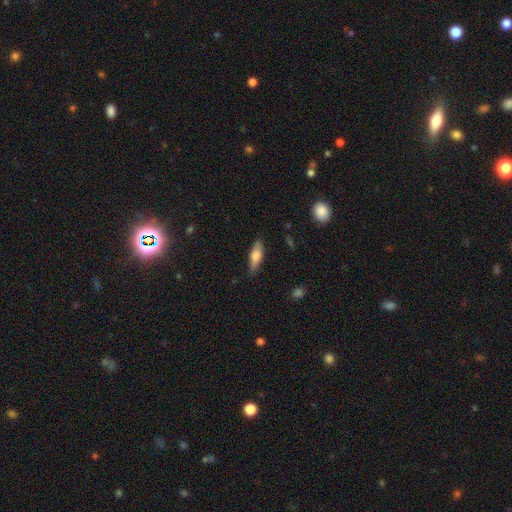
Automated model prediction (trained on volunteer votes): smooth-or-featured: smooth: 66% | featured or disk: 27% | star or artifact: 7%
  how-rounded: in between: 50% | cigar-shaped: 48% | round: 3%
  merging: none: 82% | minor disturbance: 14% | major disturbance: 3% | merger: 1%